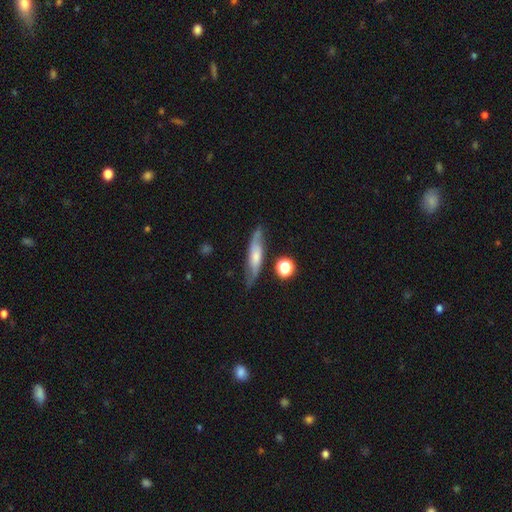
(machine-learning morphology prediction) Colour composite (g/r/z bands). It shows a featured or disk galaxy (52%) with not edge-on (50%, tied with yes). Merging: none (72%).